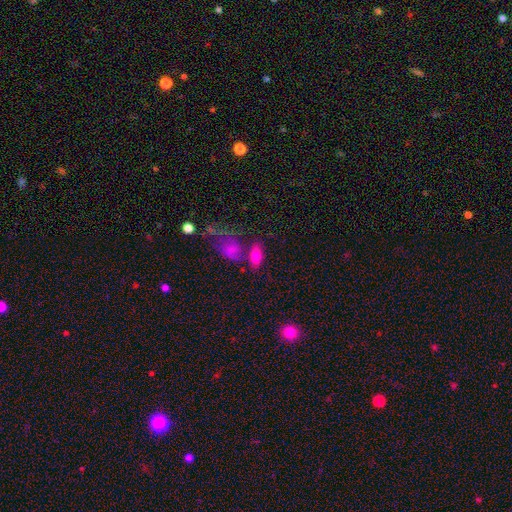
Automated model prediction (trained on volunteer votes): The model was most divided on "merging": none: 60%, merger: 20%, minor disturbance: 14%, major disturbance: 6%. More confident: how rounded — in between (85%); smooth or featured — smooth (74%).